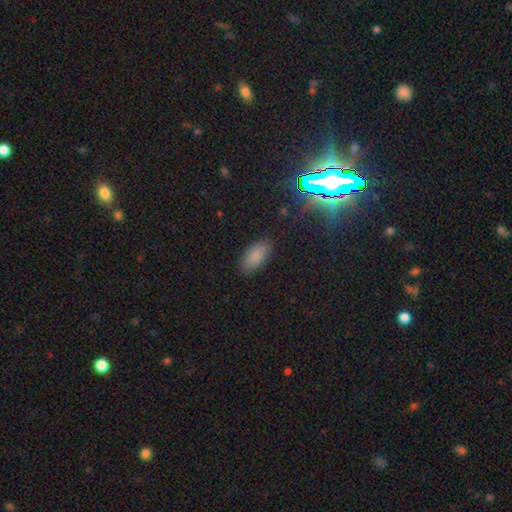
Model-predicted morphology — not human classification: type=smooth (81%); roundness=in between (92%); merging=none (84%).